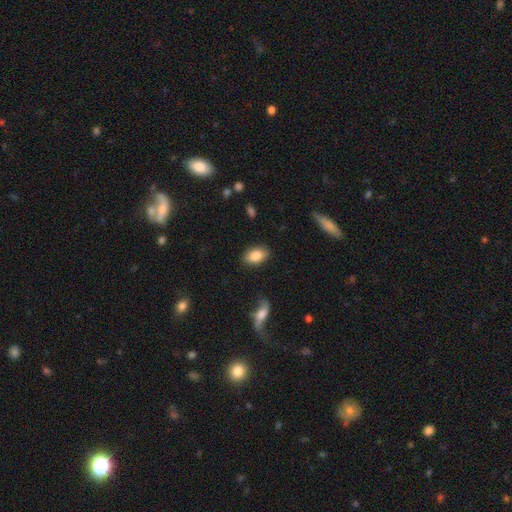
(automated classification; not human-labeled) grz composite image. It shows a smooth galaxy with no disk features (87%) that is in between round and cigar-shaped (91%). Merging: none (86%).